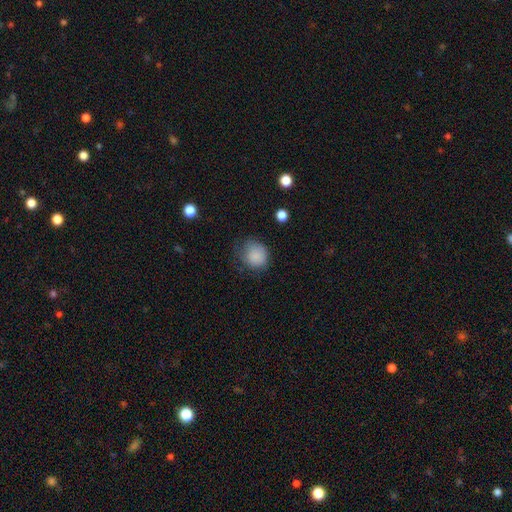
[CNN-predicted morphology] smooth_or_featured: smooth (p=0.86) [alt: star or artifact p=0.09]
how_rounded: round (p=0.79) [alt: in between p=0.20]
merging: none (p=0.61) [alt: minor disturbance p=0.27]